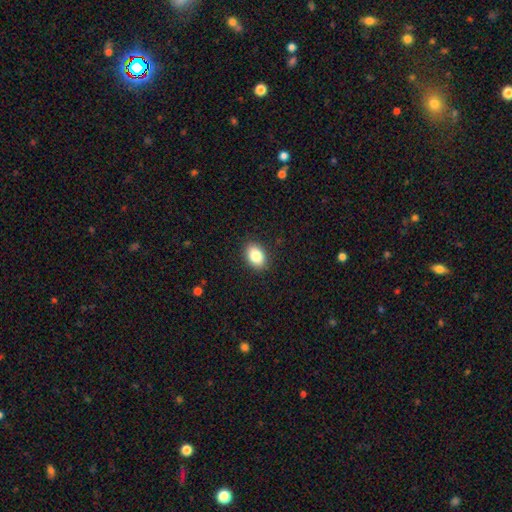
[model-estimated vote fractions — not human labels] smooth_or_featured: smooth (p=0.84) [alt: star or artifact p=0.08]
how_rounded: in between (p=0.82) [alt: round p=0.16]
merging: none (p=0.89) [alt: minor disturbance p=0.08]